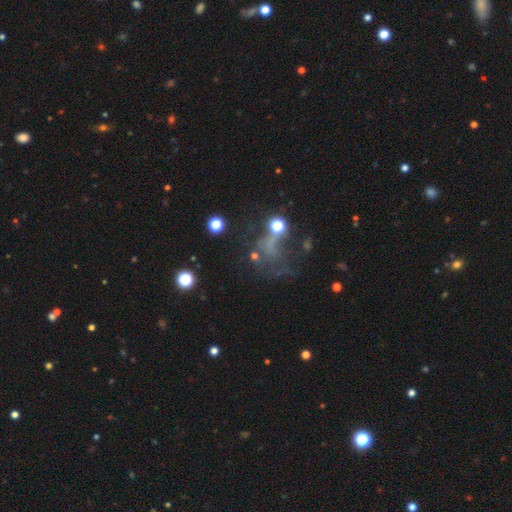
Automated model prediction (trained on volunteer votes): Smooth or featured: star or artifact — 38% (smooth — 32%)